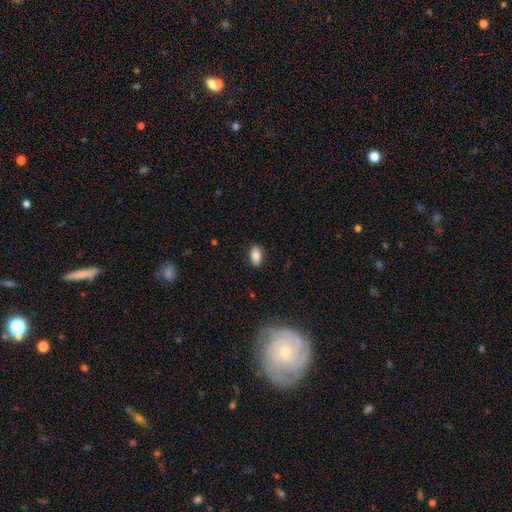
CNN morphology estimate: Smooth or featured? Predicted: smooth (p=0.81). How rounded? Predicted: in between (p=0.89). Merging? Predicted: none (p=0.88).